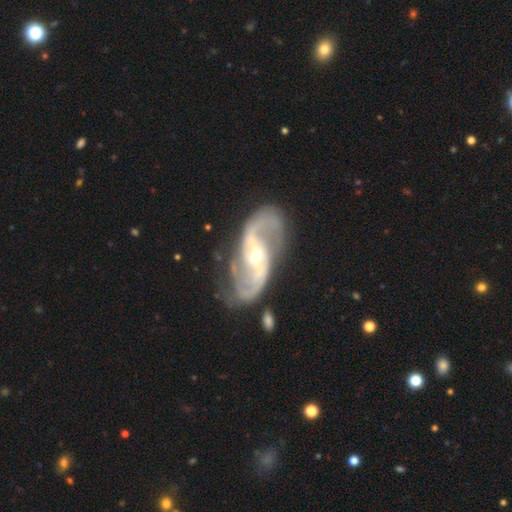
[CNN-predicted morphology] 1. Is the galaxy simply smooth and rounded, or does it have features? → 91% featured or disk, 5% star or artifact, 4% smooth.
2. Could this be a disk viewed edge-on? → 96% no, 4% yes.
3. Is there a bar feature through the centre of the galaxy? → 38% weak, 33% strong, 29% no.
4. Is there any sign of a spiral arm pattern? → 97% yes, 3% no.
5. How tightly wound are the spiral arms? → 47% medium, 37% loose, 15% tight.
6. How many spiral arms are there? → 92% 2, 3% can't tell, 2% 3, 1% 1, 1% 4, 1% more than 4.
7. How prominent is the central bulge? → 55% moderate, 40% small, 3% large, 1% none, 1% dominant.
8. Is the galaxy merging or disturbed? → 75% none, 15% minor disturbance, 7% major disturbance, 3% merger.